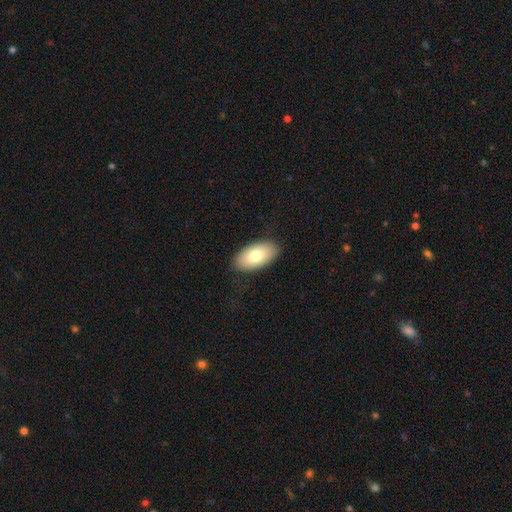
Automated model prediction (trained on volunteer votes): Smooth or featured? smooth (77%)
How rounded? in between (95%)
Merging? none (87%)